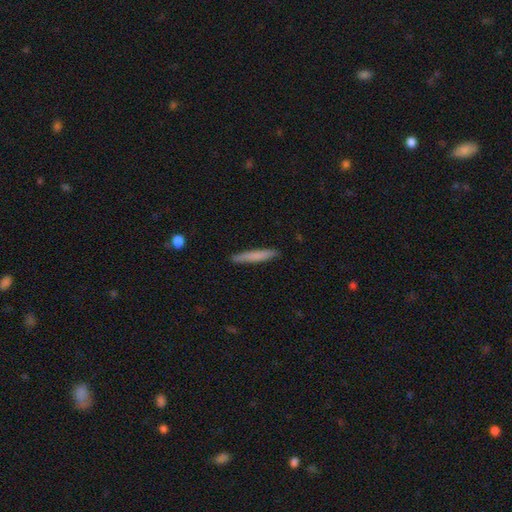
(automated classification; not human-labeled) Smooth or featured?
  - smooth: 75% *
  - featured or disk: 20%
  - star or artifact: 6%
How rounded?
  - cigar-shaped: 95% *
  - in between: 4%
  - round: 1%
Merging?
  - none: 90% *
  - minor disturbance: 8%
  - major disturbance: 2%
  - merger: 1%